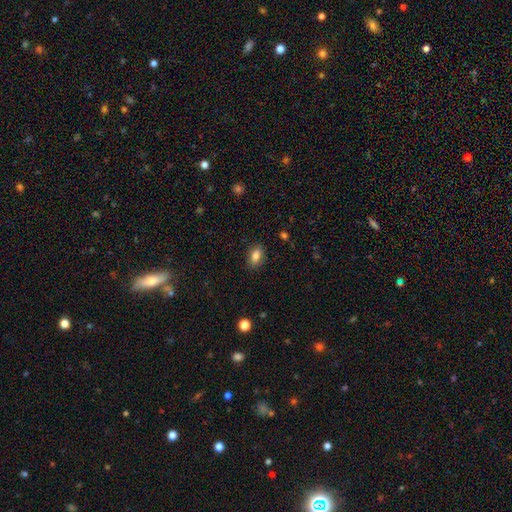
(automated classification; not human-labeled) Morphology: type=smooth (84%); roundness=in between (86%); merging=none (85%).